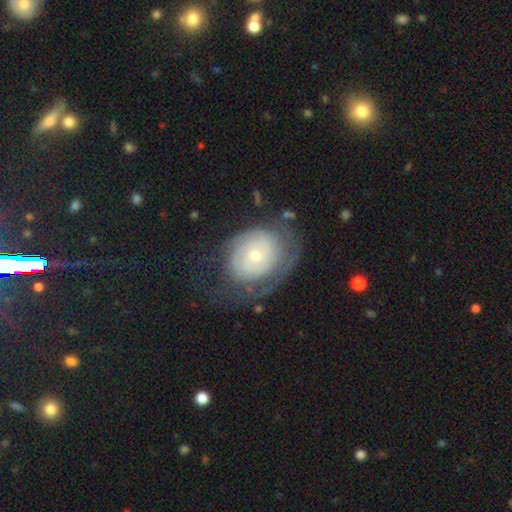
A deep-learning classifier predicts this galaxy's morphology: smooth-or-featured: featured or disk: 72% | smooth: 22% | star or artifact: 6%
  disk-edge-on: no: 96% | yes: 4%
    bar: no: 76% | weak: 20% | strong: 4%
    has-spiral-arms: yes: 83% | no: 17%
      spiral-winding: tight: 70% | medium: 21% | loose: 9%
      spiral-arm-count: can't tell: 45% | 2: 31% | 1: 9% | 3: 8% | 4: 4% | more than 4: 3%
    bulge-size: small: 54% | moderate: 41% | large: 3% | none: 1% | dominant: 1%
  merging: none: 57% | minor disturbance: 22% | major disturbance: 19% | merger: 2%